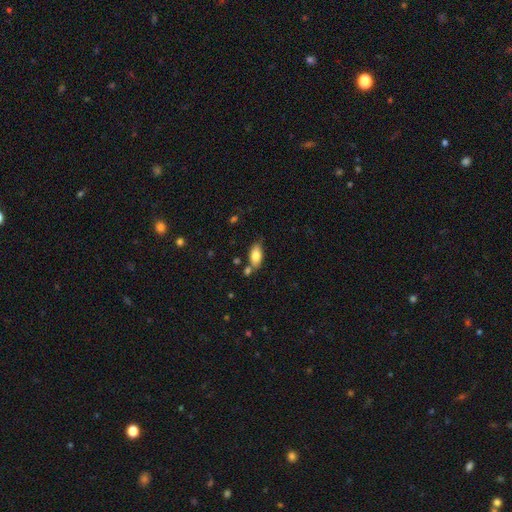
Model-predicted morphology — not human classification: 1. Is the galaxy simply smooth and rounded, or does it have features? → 79% smooth, 14% featured or disk, 7% star or artifact.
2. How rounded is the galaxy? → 89% in between, 7% cigar-shaped, 3% round.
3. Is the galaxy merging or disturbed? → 69% none, 15% minor disturbance, 12% merger, 3% major disturbance.